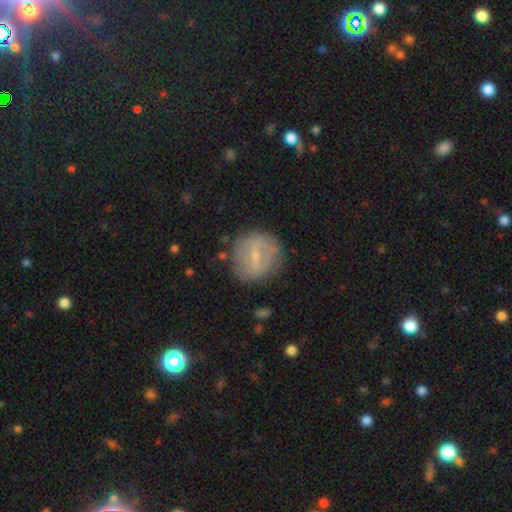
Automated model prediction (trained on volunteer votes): Morphology: type=featured or disk (57%); edge-on=no (94%); bar=weak (48%); spiral arms=no (60%); bulge=small (69%); merging=none (77%).